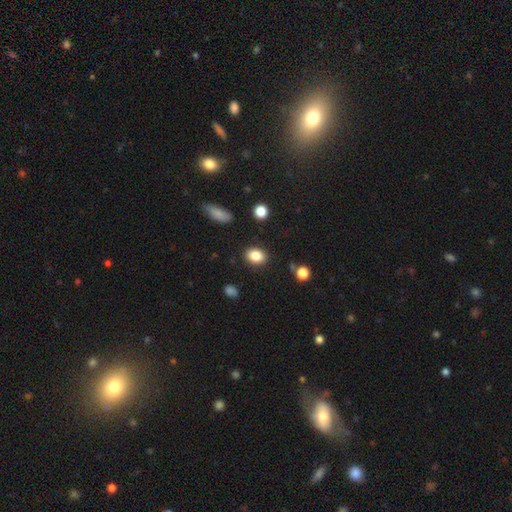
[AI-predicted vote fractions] The model was most divided on "how rounded": in between: 67%, round: 31%, cigar-shaped: 1%. More confident: merging — none (86%); smooth or featured — smooth (84%).